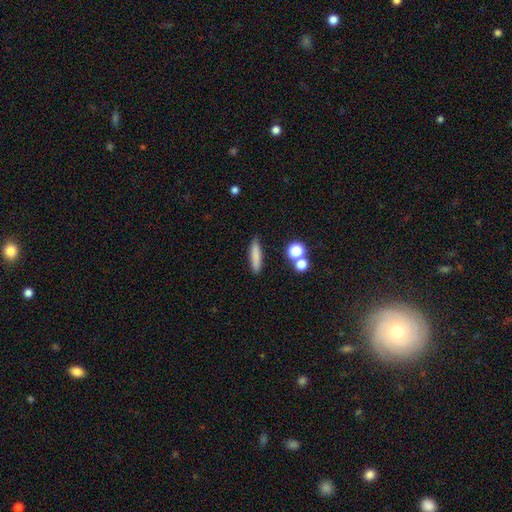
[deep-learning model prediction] The model was most divided on "how rounded": cigar-shaped: 81%, in between: 16%, round: 3%. More confident: merging — none (81%); smooth or featured — smooth (79%).